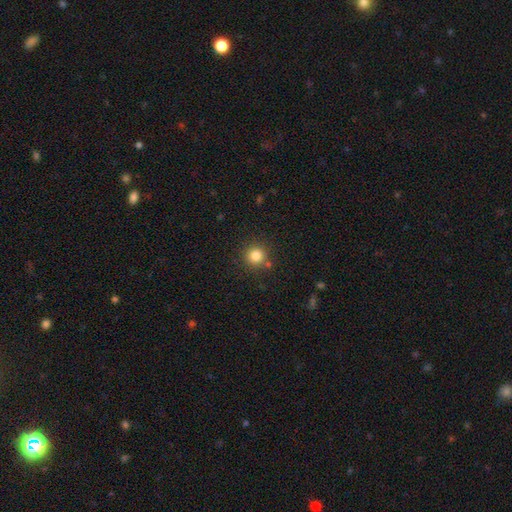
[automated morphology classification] Smooth or featured: smooth — 83% (star or artifact — 12%)
How rounded: round — 94% (in between — 5%)
Merging: none — 84% (minor disturbance — 8%)